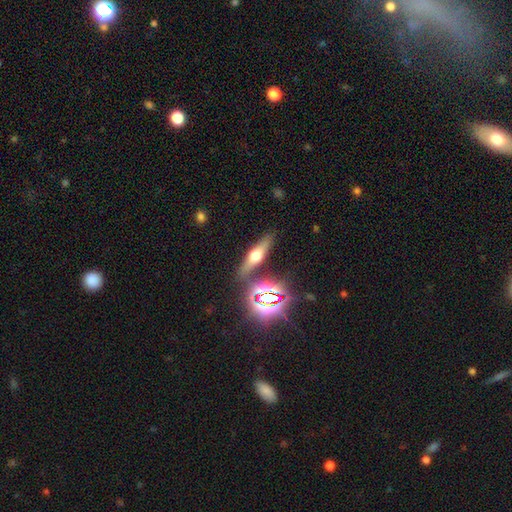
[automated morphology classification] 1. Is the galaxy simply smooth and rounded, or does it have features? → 52% featured or disk, 32% smooth, 16% star or artifact.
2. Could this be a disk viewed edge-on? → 90% yes, 10% no.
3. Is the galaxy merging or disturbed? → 82% none, 10% minor disturbance, 5% merger, 3% major disturbance.